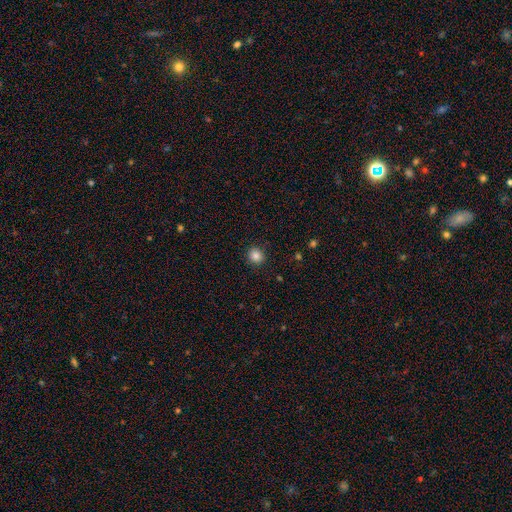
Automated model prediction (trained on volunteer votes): A smooth galaxy with no disk features (85%) that is round (90%).

Vote fractions:
- Smooth or featured? smooth: 85% / star or artifact: 11% / featured or disk: 4%
- How rounded? round: 90% / in between: 9% / cigar-shaped: 1%
- Merging? none: 91% / minor disturbance: 6% / major disturbance: 2% / merger: 1%